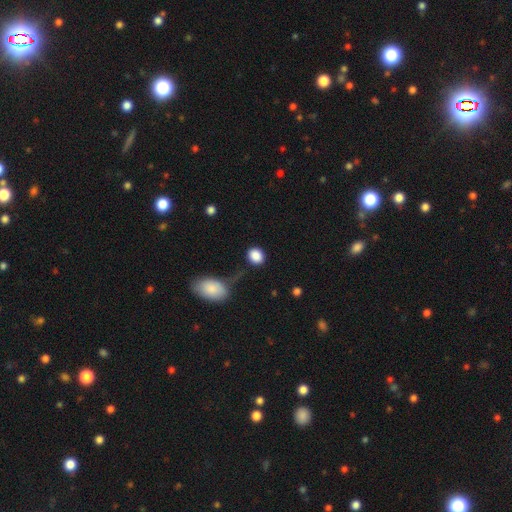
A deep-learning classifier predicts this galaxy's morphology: The model was most divided on "how rounded": round: 62%, in between: 37%, cigar-shaped: 1%. More confident: smooth or featured — smooth (88%); merging — none (73%).